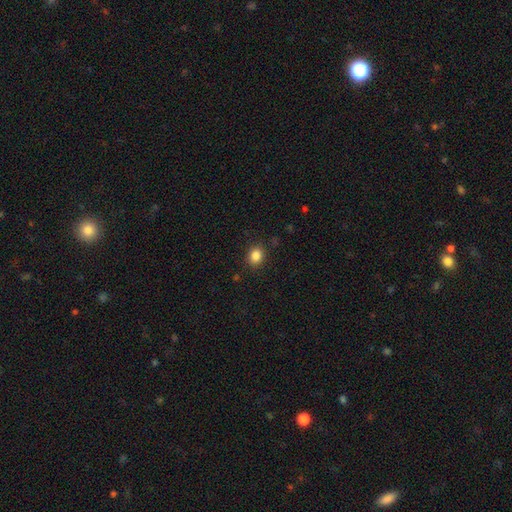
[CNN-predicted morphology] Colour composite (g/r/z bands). It shows a smooth galaxy with no disk features (85%) that is round (56%). Merging: none (88%).